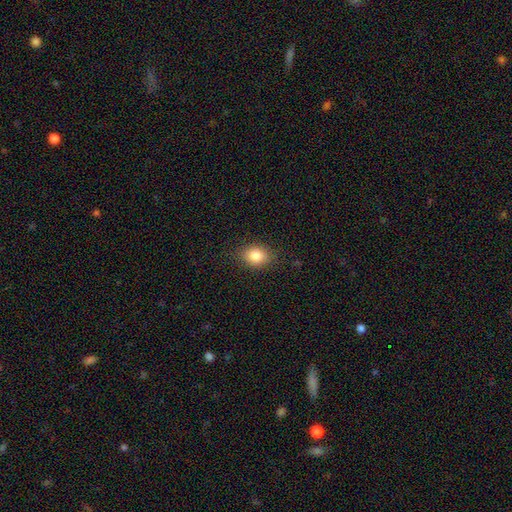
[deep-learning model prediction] This appears to be a smooth galaxy with no disk features (84%) that is in between round and cigar-shaped (64%). Merging: none (85%).